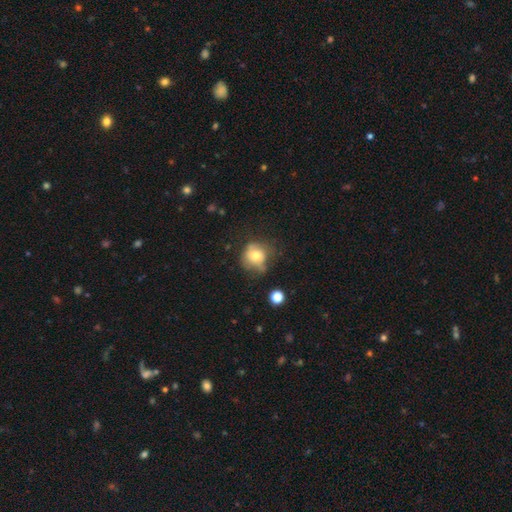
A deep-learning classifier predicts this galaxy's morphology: Smooth or featured? Predicted: smooth (p=0.69). How rounded? Predicted: round (p=0.78). Merging? Predicted: none (p=0.49).